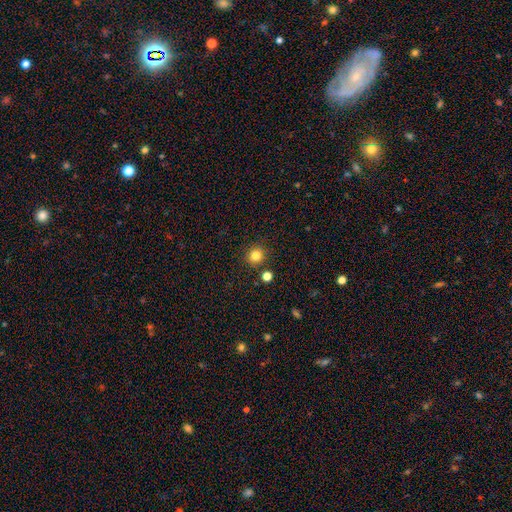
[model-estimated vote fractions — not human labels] Smooth or featured: smooth — 81% (star or artifact — 13%)
How rounded: round — 92% (in between — 7%)
Merging: none — 87% (minor disturbance — 6%)